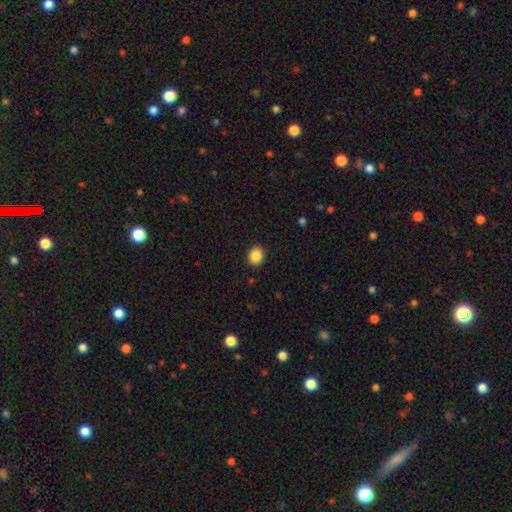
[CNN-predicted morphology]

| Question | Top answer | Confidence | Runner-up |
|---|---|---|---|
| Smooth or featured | smooth | 88% | star or artifact (9%) |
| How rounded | round | 63% | in between (36%) |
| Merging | none | 91% | minor disturbance (6%) |